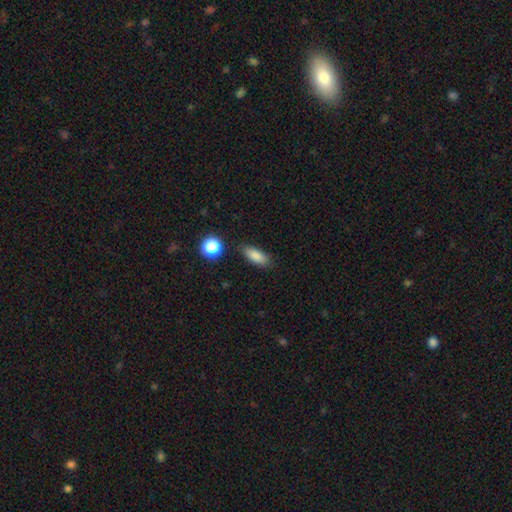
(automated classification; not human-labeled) Smooth or featured?
  - smooth: 84% *
  - star or artifact: 9%
  - featured or disk: 7%
How rounded?
  - in between: 73% *
  - cigar-shaped: 23%
  - round: 4%
Merging?
  - none: 84% *
  - minor disturbance: 10%
  - major disturbance: 3%
  - merger: 2%